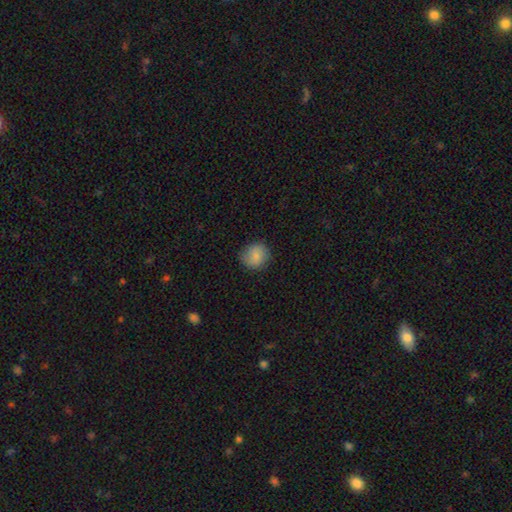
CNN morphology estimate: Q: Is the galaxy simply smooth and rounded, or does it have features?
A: smooth — 85%.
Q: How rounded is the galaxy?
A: round — 86%.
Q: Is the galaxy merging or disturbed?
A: none — 85%.